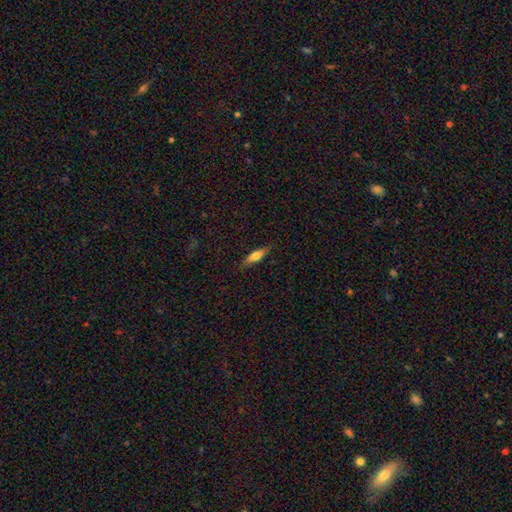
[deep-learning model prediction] A smooth galaxy with no disk features (68%) that is cigar-shaped (56%).

Vote fractions:
- Smooth or featured? smooth: 68% / featured or disk: 25% / star or artifact: 7%
- How rounded? cigar-shaped: 56% / in between: 42% / round: 2%
- Merging? none: 84% / minor disturbance: 12% / major disturbance: 3% / merger: 1%